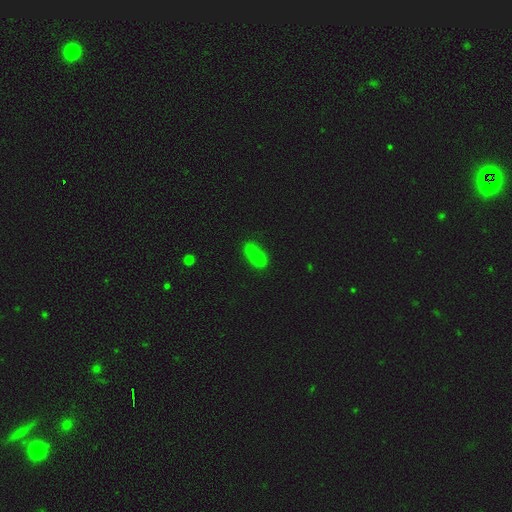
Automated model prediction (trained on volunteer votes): This appears to be a smooth galaxy with no disk features (76%) that is in between round and cigar-shaped (88%). Merging: none (78%).